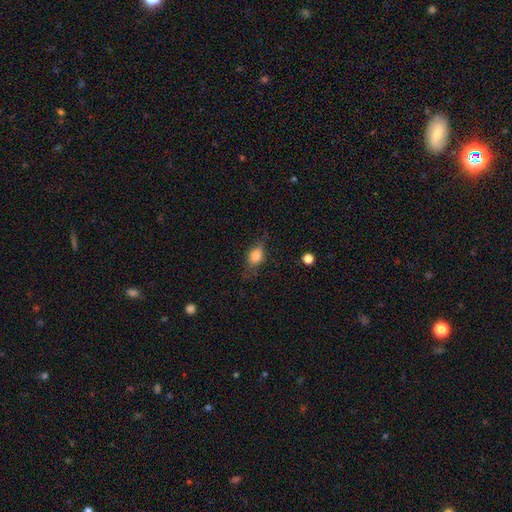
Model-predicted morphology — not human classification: Smooth or featured?
  - smooth: 73% *
  - featured or disk: 18%
  - star or artifact: 9%
How rounded?
  - in between: 74% *
  - round: 19%
  - cigar-shaped: 7%
Merging?
  - none: 68% *
  - minor disturbance: 23%
  - major disturbance: 8%
  - merger: 1%